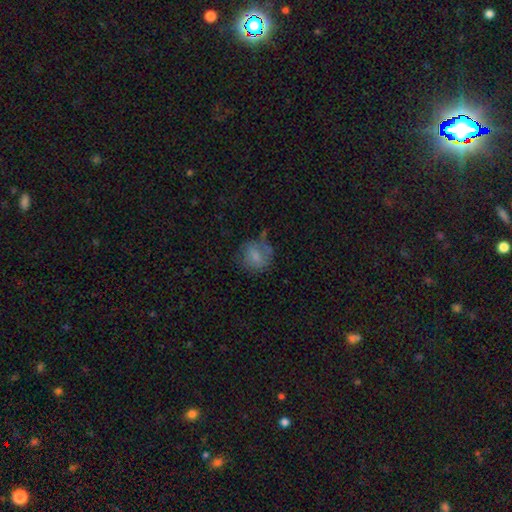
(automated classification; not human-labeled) Morphology: type=smooth (68%); roundness=round (73%); merging=none (53%).